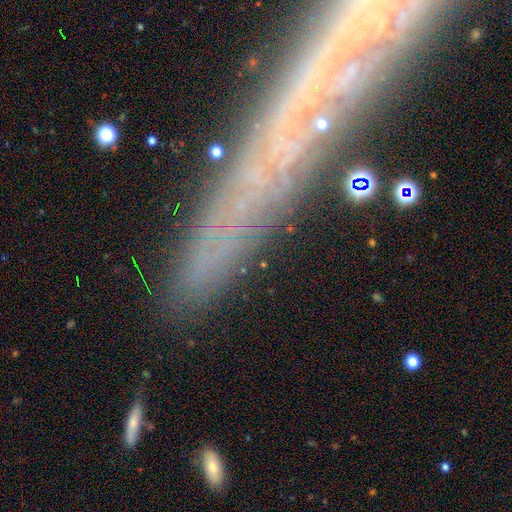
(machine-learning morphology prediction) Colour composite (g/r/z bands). It shows a featured or disk galaxy (52%) viewed edge-on (65%). Merging: none (83%).